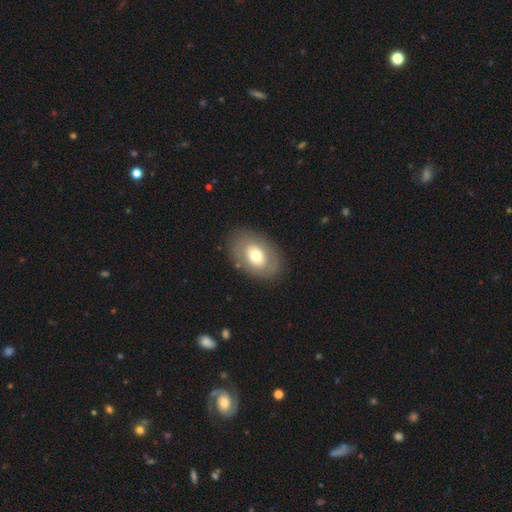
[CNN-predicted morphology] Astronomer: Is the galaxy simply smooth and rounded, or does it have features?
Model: smooth — 65%.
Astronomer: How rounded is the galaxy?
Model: in between — 82%.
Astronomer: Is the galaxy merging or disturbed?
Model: none — 84%.